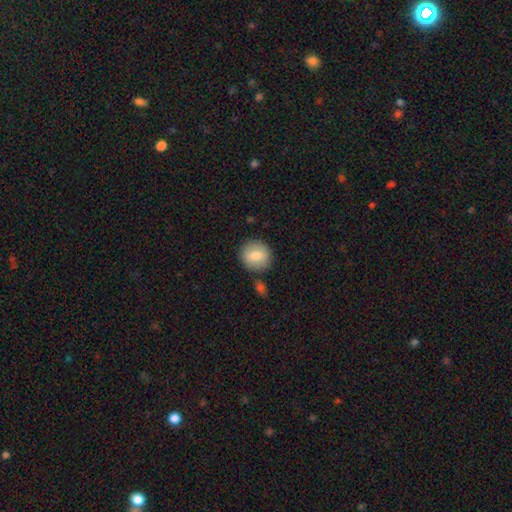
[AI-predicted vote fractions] Morphology: type=smooth (75%); roundness=round (90%); merging=none (84%).